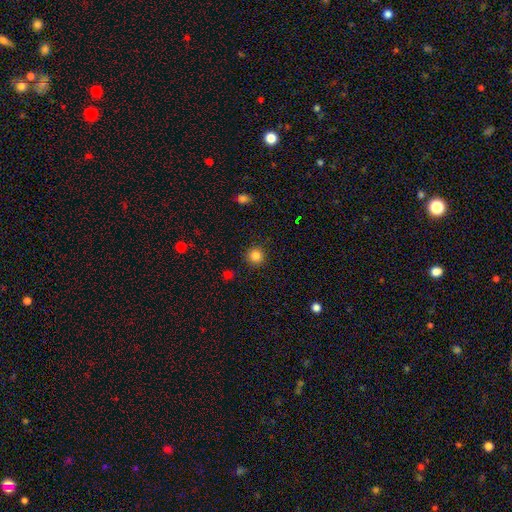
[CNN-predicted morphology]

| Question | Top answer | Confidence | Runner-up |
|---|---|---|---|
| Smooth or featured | smooth | 85% | star or artifact (12%) |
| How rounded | round | 94% | in between (5%) |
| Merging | none | 91% | minor disturbance (6%) |